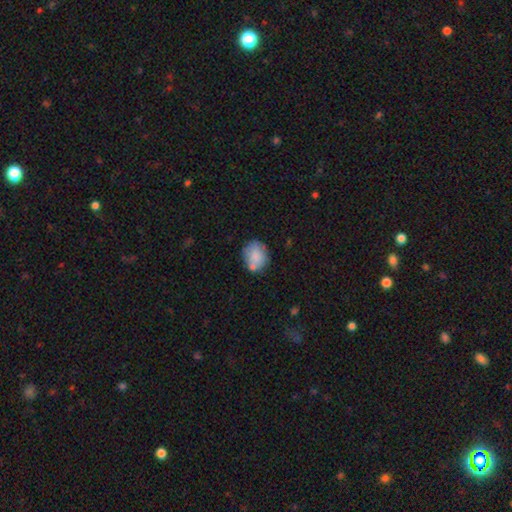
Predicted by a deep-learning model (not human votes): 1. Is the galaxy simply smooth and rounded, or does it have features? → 78% smooth, 14% featured or disk, 8% star or artifact.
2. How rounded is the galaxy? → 56% round, 43% in between, 1% cigar-shaped.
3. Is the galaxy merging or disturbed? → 63% none, 19% minor disturbance, 12% merger, 6% major disturbance.